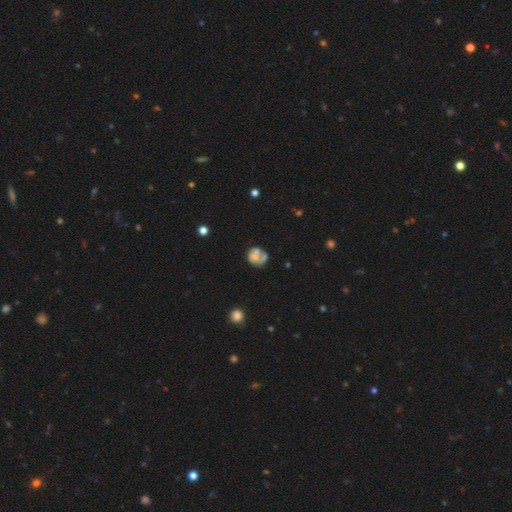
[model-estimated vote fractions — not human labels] Smooth or featured? featured or disk (46%)
Merging? none (36%)